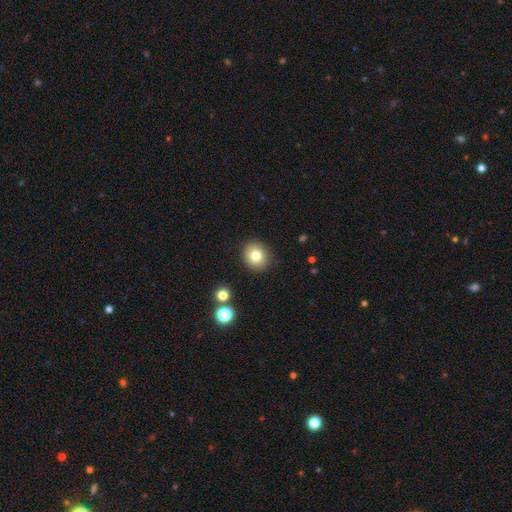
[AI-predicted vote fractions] A smooth galaxy with no disk features (80%) that is round (75%).

Vote fractions:
- Smooth or featured? smooth: 80% / star or artifact: 11% / featured or disk: 10%
- How rounded? round: 75% / in between: 24% / cigar-shaped: 1%
- Merging? none: 88% / minor disturbance: 8% / major disturbance: 2% / merger: 2%